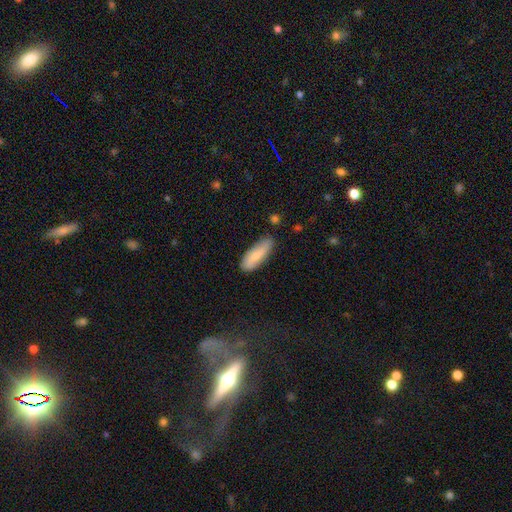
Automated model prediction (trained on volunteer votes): A smooth galaxy with no disk features (73%) that is in between round and cigar-shaped (54%).

Vote fractions:
- Smooth or featured? smooth: 73% / featured or disk: 21% / star or artifact: 6%
- How rounded? in between: 54% / cigar-shaped: 44% / round: 2%
- Merging? none: 78% / minor disturbance: 17% / major disturbance: 3% / merger: 2%